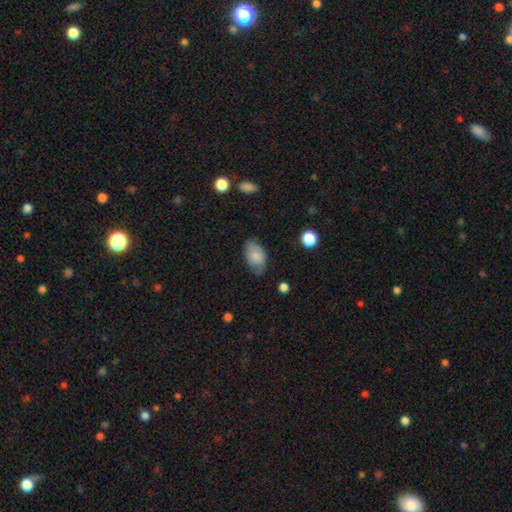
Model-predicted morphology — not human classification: smooth 76%, featured or disk 17%, star or artifact 7%. Down the decision tree: how rounded — in between (92%); merging — none (64%).